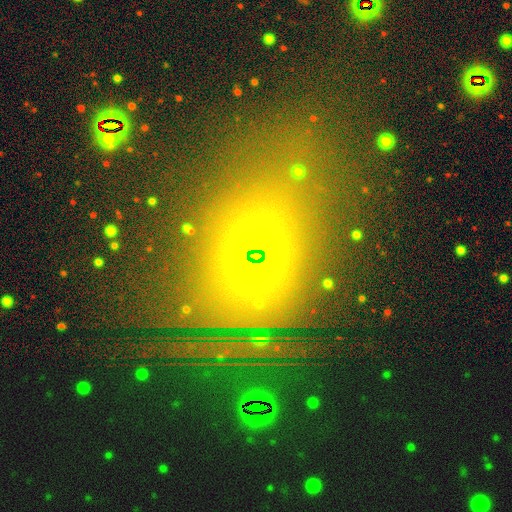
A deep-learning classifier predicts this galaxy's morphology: A smooth galaxy with no disk features (41%).

Vote fractions:
- Smooth or featured? smooth: 41% / star or artifact: 37% / featured or disk: 22%
- Merging? none: 70% / minor disturbance: 15% / major disturbance: 10% / merger: 6%